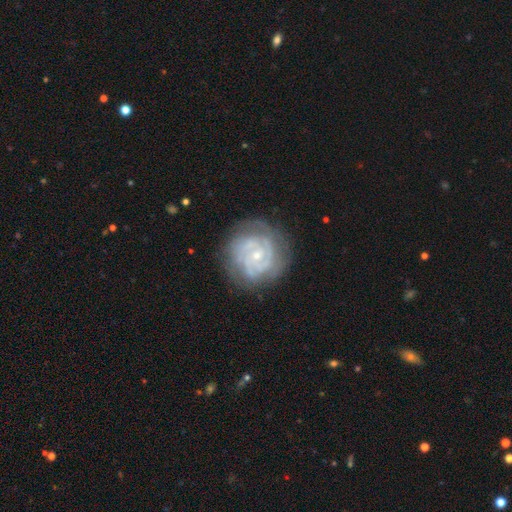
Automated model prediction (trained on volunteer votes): Smooth or featured: featured or disk — 84% (smooth — 10%)
Edge-on disk: no — 98% (yes — 2%)
Bar: no — 76% (weak — 20%)
Spiral arms: yes — 95% (no — 5%)
Spiral winding: tight — 74% (medium — 22%)
Spiral arm count: 3 — 27% (2 — 26%)
Bulge size: small — 78% (moderate — 19%)
Merging: none — 78% (minor disturbance — 15%)